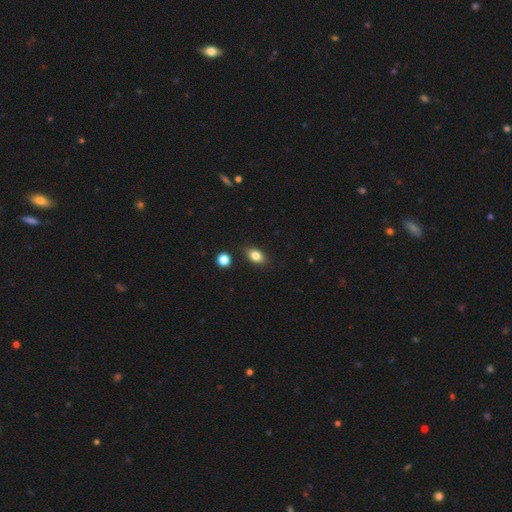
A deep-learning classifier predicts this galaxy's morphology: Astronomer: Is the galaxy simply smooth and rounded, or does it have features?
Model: smooth — 81%.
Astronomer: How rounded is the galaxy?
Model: in between — 84%.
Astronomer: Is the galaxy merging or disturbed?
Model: none — 85%.